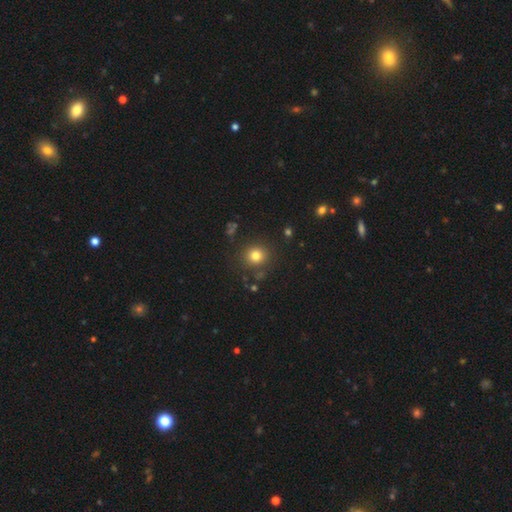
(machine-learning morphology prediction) Smooth or featured?
  - smooth: 78% *
  - star or artifact: 14%
  - featured or disk: 7%
How rounded?
  - round: 89% *
  - in between: 10%
  - cigar-shaped: 1%
Merging?
  - none: 85% *
  - minor disturbance: 8%
  - major disturbance: 3%
  - merger: 3%